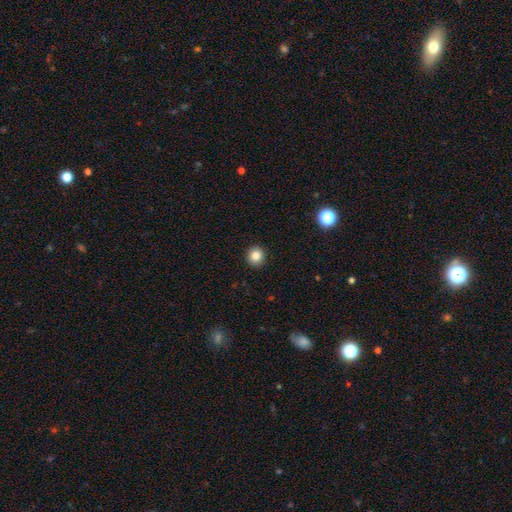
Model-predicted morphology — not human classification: Smooth or featured: smooth — 85% (star or artifact — 10%)
How rounded: round — 89% (in between — 10%)
Merging: none — 92% (minor disturbance — 5%)